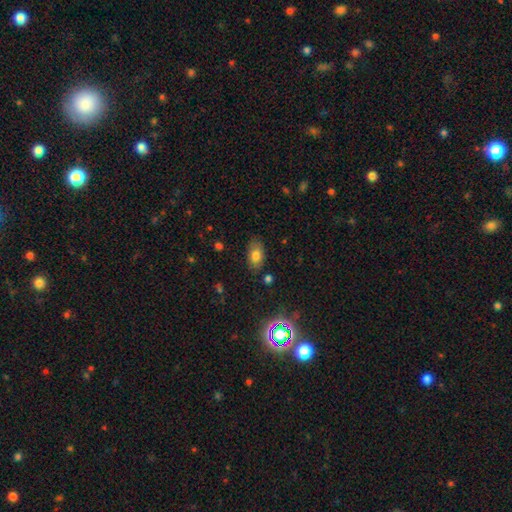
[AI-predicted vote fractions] Morphology: type=smooth (77%); roundness=in between (90%); merging=none (80%).